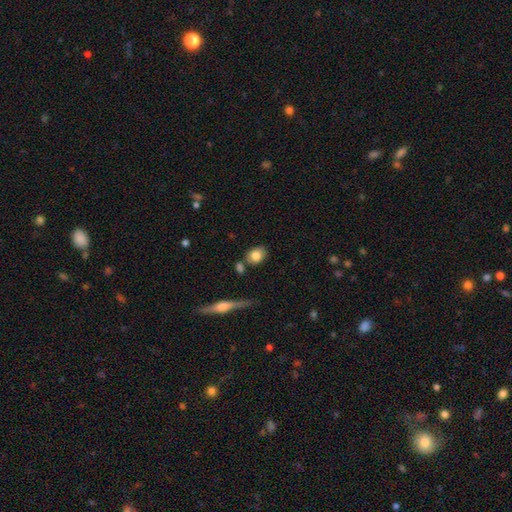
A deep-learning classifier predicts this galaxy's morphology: Smooth or featured: smooth — 80% (featured or disk — 12%)
How rounded: in between — 61% (round — 37%)
Merging: none — 75% (minor disturbance — 13%)